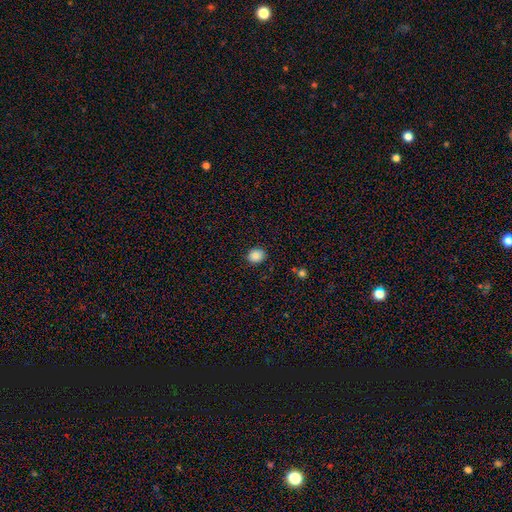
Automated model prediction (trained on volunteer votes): The model was most divided on "how rounded": round: 58%, in between: 41%, cigar-shaped: 1%. More confident: merging — none (88%); smooth or featured — smooth (87%).